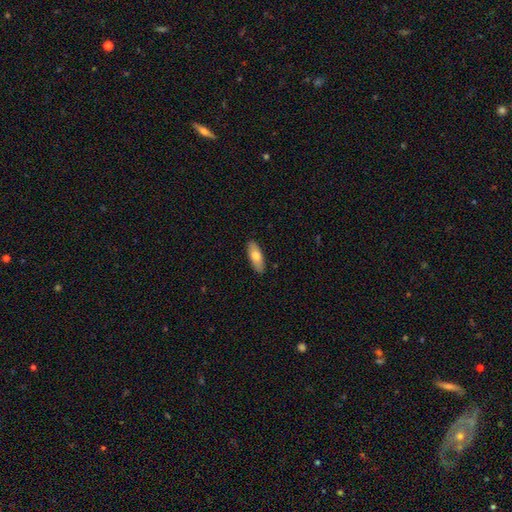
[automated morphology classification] A smooth galaxy with no disk features (75%) that is in between round and cigar-shaped (78%).

Vote fractions:
- Smooth or featured? smooth: 75% / featured or disk: 19% / star or artifact: 6%
- How rounded? in between: 78% / cigar-shaped: 20% / round: 2%
- Merging? none: 89% / minor disturbance: 9% / major disturbance: 2% / merger: 1%